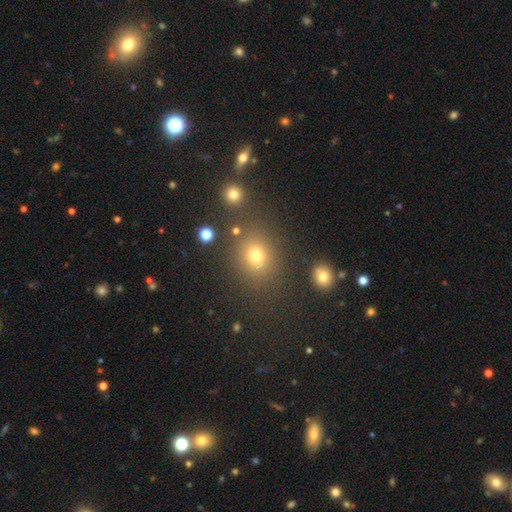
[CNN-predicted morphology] A smooth galaxy with no disk features (74%) that is round (62%).

Vote fractions:
- Smooth or featured? smooth: 74% / star or artifact: 18% / featured or disk: 8%
- How rounded? round: 62% / in between: 36% / cigar-shaped: 1%
- Merging? none: 79% / minor disturbance: 10% / merger: 6% / major disturbance: 5%